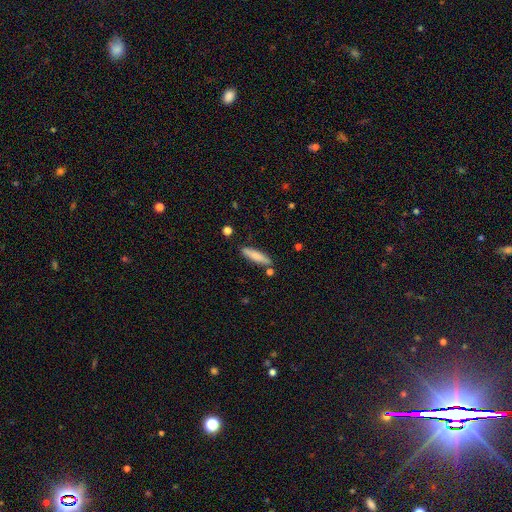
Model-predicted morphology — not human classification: This appears to be a smooth galaxy with no disk features (77%) that is cigar-shaped (81%). Merging: none (82%).